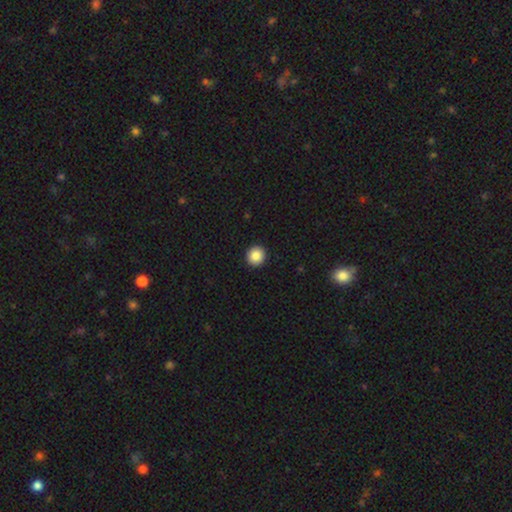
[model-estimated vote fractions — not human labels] A smooth galaxy with no disk features (87%) that is round (94%).

Vote fractions:
- Smooth or featured? smooth: 87% / star or artifact: 9% / featured or disk: 4%
- How rounded? round: 94% / in between: 5% / cigar-shaped: 1%
- Merging? none: 93% / minor disturbance: 4% / major disturbance: 1% / merger: 1%